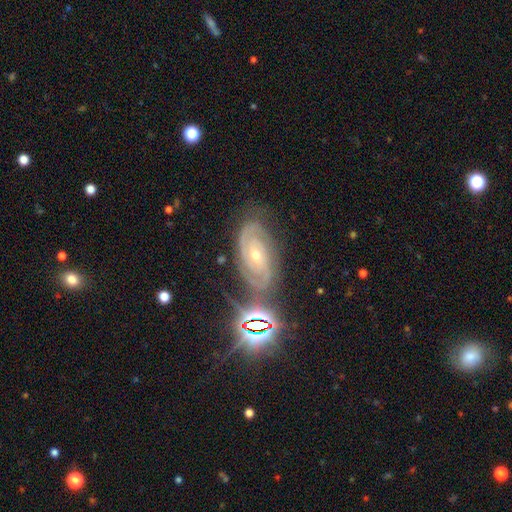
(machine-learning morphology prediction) Smooth or featured? featured or disk (81%)
Edge-on disk? no (96%)
Bar? no (64%)
Spiral arms? yes (97%)
Spiral winding? tight (72%)
Spiral arm count? 2 (69%)
Bulge size? small (58%)
Merging? none (75%)